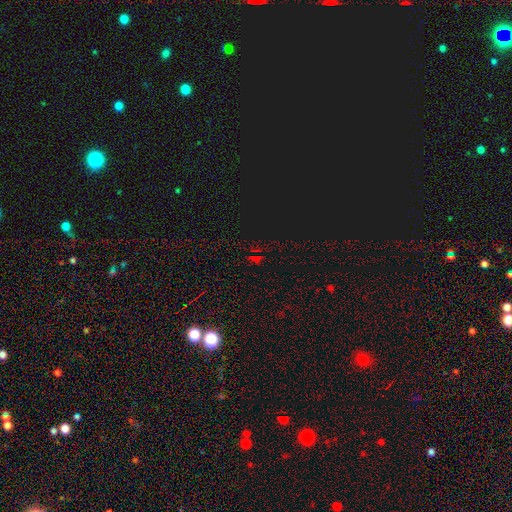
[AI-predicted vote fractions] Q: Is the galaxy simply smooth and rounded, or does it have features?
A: star or artifact — 76%.